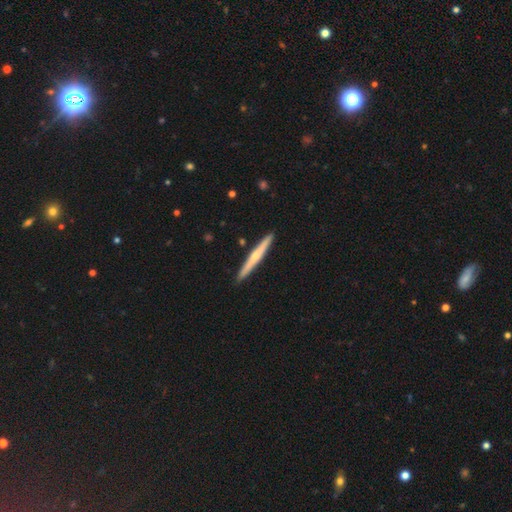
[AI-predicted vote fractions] This is possibly a featured or disk galaxy (54%). It is clearly viewed edge-on (97%). Edge-on bulge: possibly rounded (60%). Merging: clearly none (91%).